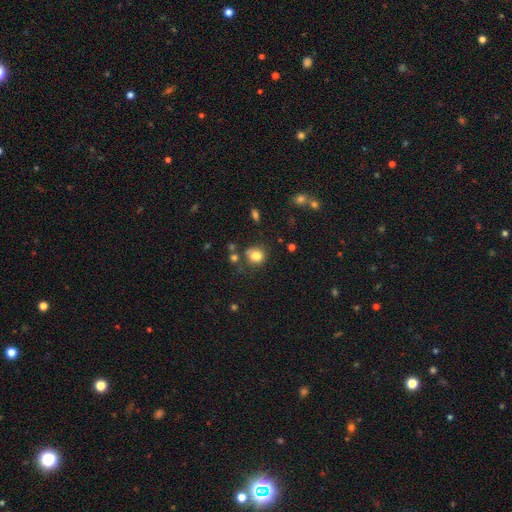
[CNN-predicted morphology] Overall: smooth (81%). How rounded: round (68%; in between 31%). Merging: none (67%).